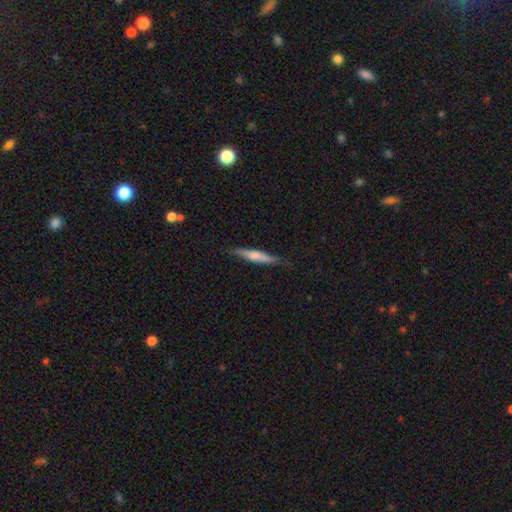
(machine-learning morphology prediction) This is possibly a smooth galaxy (57%). How rounded: clearly cigar-shaped (89%). Merging: likely none (79%).